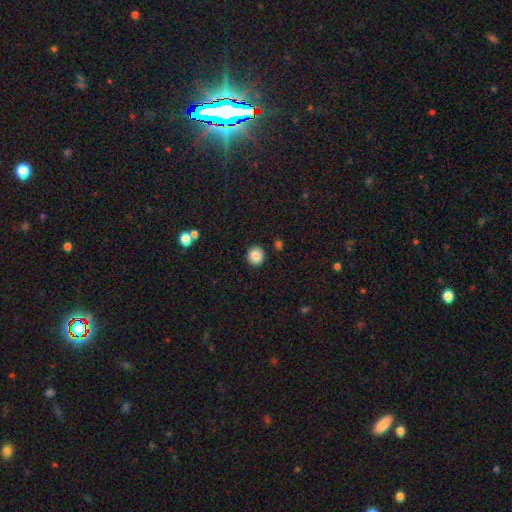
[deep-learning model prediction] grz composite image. It shows a smooth galaxy with no disk features (85%) that is round (91%). Merging: none (90%).